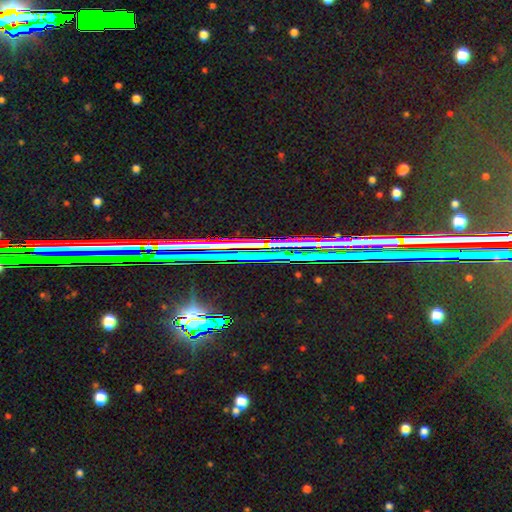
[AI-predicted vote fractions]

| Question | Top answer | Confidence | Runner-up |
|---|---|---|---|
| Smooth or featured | star or artifact | 82% | featured or disk (9%) |